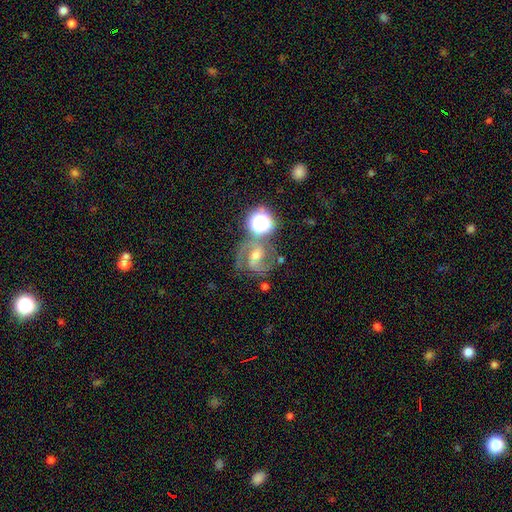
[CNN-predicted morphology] smooth-or-featured: featured or disk: 74% | star or artifact: 15% | smooth: 12%
  disk-edge-on: no: 97% | yes: 3%
    bar: weak: 43% | no: 32% | strong: 25%
    has-spiral-arms: yes: 95% | no: 5%
      spiral-winding: medium: 58% | tight: 24% | loose: 19%
      spiral-arm-count: 2: 85% | can't tell: 5% | 3: 4% | 1: 4% | 4: 1% | more than 4: 1%
    bulge-size: moderate: 65% | small: 23% | large: 8% | none: 2% | dominant: 2%
  merging: none: 61% | minor disturbance: 16% | merger: 12% | major disturbance: 11%